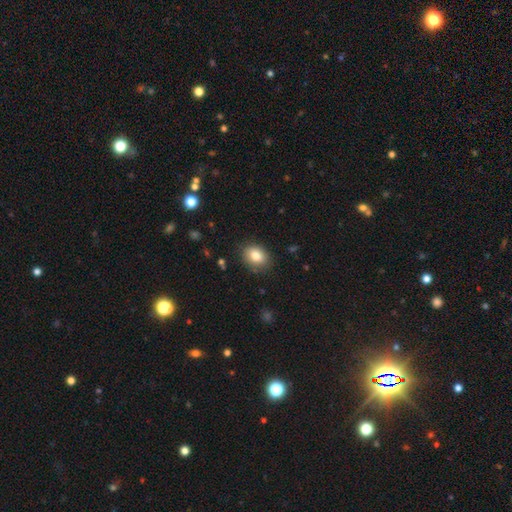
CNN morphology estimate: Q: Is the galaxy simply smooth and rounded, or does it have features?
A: smooth — 83%.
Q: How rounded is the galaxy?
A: in between — 65%.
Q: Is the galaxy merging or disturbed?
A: none — 85%.